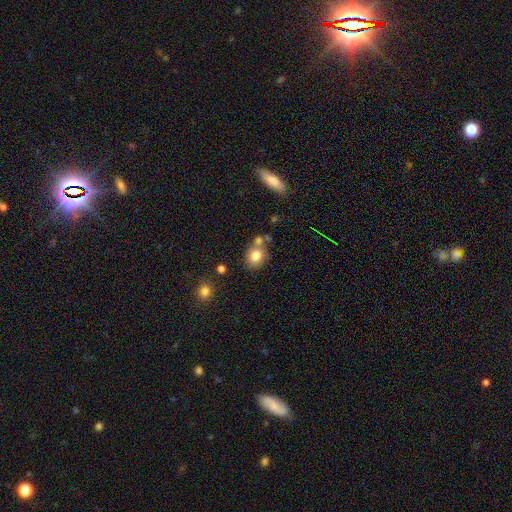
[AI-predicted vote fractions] smooth_or_featured: smooth (p=0.79) [alt: featured or disk p=0.11]
how_rounded: round (p=0.61) [alt: in between p=0.38]
merging: none (p=0.63) [alt: merger p=0.19]